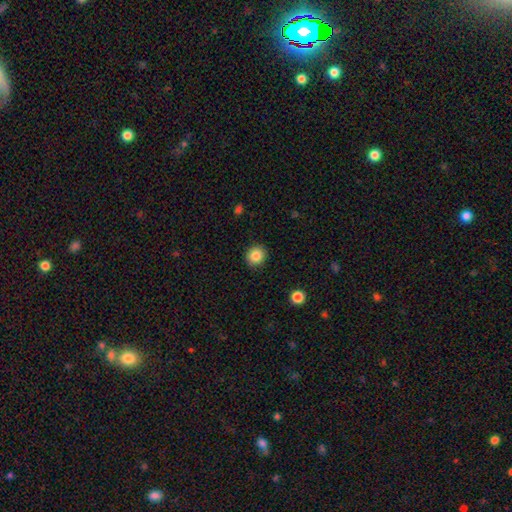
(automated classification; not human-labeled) Smooth or featured? smooth (86%)
How rounded? round (87%)
Merging? none (91%)